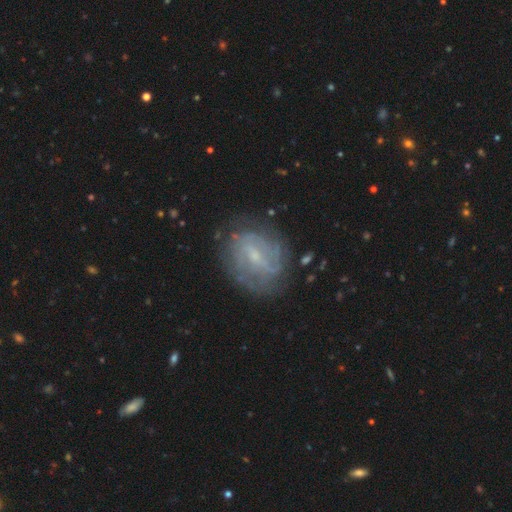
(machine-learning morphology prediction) Smooth or featured? Predicted: featured or disk (p=0.74). Edge-on disk? Predicted: no (p=0.97). Bar? Predicted: weak (p=0.57). Spiral arms? Predicted: yes (p=0.84). Spiral winding? Predicted: tight (p=0.55). Spiral arm count? Predicted: can't tell (p=0.46). Bulge size? Predicted: small (p=0.65). Merging? Predicted: none (p=0.75).